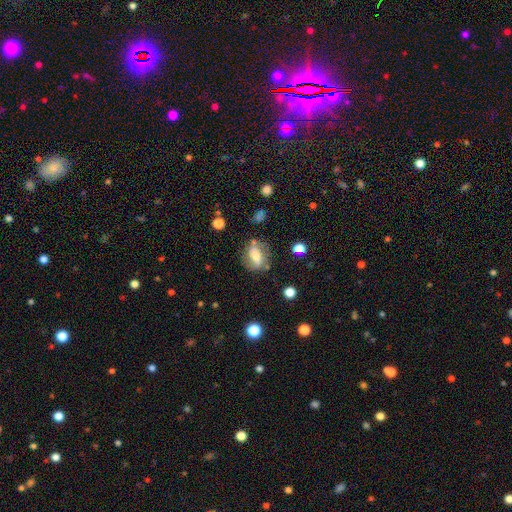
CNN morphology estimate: Smooth or featured: smooth — 46% (featured or disk — 45%)
Merging: none — 63% (minor disturbance — 20%)